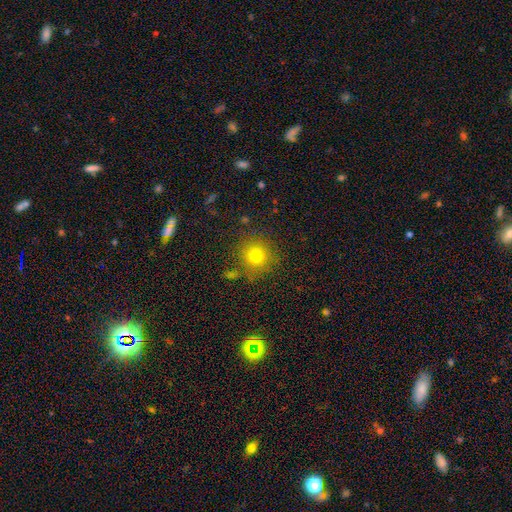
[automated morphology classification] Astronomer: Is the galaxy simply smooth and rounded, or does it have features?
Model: smooth — 76%.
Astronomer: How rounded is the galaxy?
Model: round — 92%.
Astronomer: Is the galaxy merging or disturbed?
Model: none — 82%.